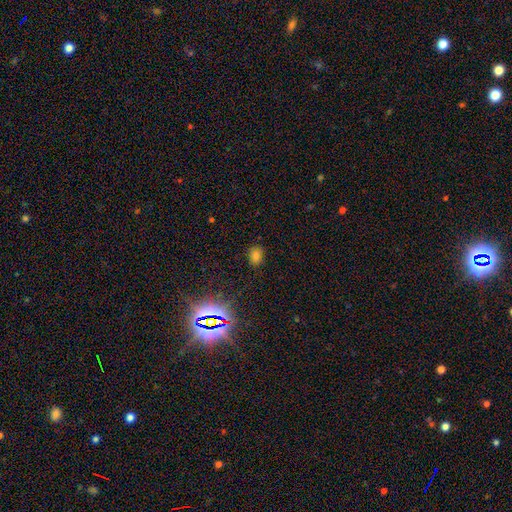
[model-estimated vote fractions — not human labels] Smooth or featured? smooth (54%)
How rounded? in between (59%)
Merging? none (83%)